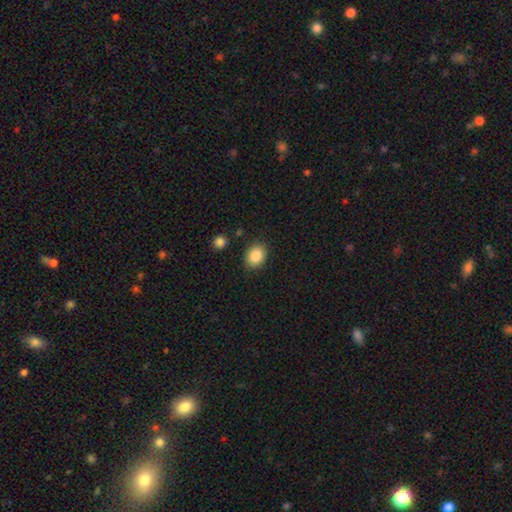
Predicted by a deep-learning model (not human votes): A smooth galaxy with no disk features (86%) that is in between round and cigar-shaped (65%).

Vote fractions:
- Smooth or featured? smooth: 86% / star or artifact: 8% / featured or disk: 6%
- How rounded? in between: 65% / round: 34% / cigar-shaped: 1%
- Merging? none: 86% / minor disturbance: 9% / major disturbance: 2% / merger: 2%